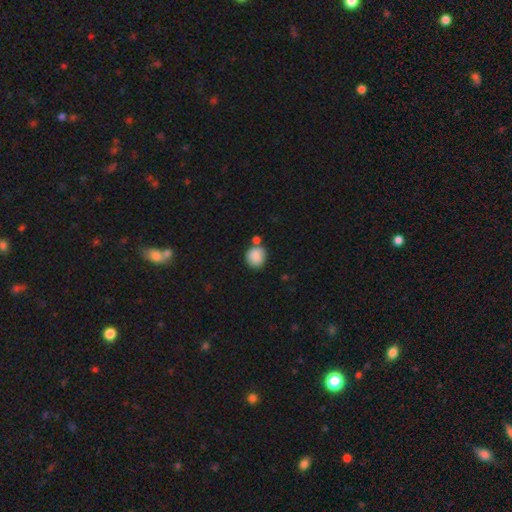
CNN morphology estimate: Smooth or featured?
  - smooth: 87% *
  - star or artifact: 8%
  - featured or disk: 5%
How rounded?
  - round: 83% *
  - in between: 16%
  - cigar-shaped: 1%
Merging?
  - none: 61% *
  - merger: 21%
  - minor disturbance: 14%
  - major disturbance: 4%